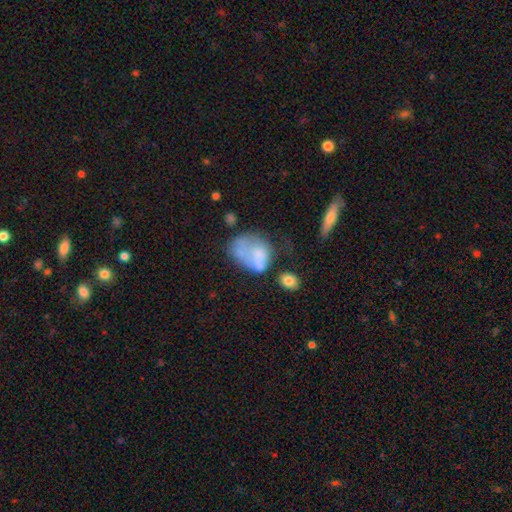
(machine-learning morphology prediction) smooth_or_featured: smooth (p=0.55) [alt: featured or disk p=0.34]
how_rounded: in between (p=0.65) [alt: round p=0.33]
merging: major disturbance (p=0.30) [alt: none p=0.26]